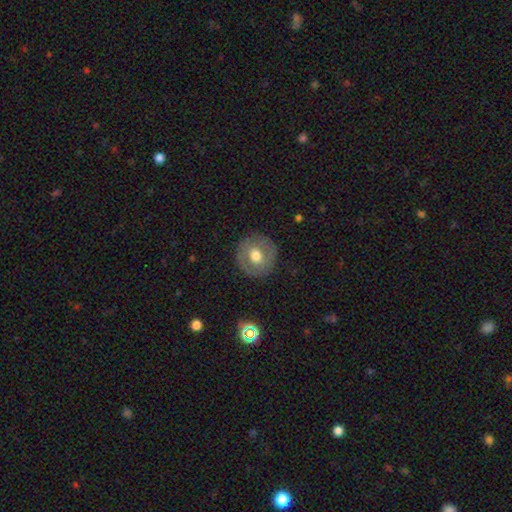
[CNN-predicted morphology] type=smooth (56%); roundness=round (92%); merging=none (87%).